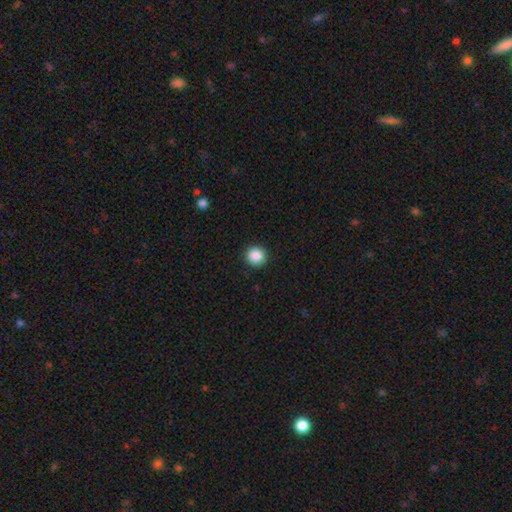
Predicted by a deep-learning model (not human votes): This appears to be a smooth galaxy with no disk features (87%) that is round (95%). Merging: none (93%).